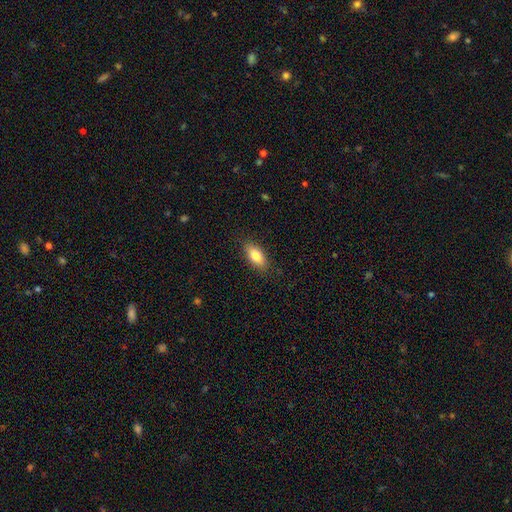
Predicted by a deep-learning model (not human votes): The model was most divided on "smooth or featured": smooth: 81%, featured or disk: 12%, star or artifact: 7%. More confident: merging — none (87%); how rounded — in between (83%).